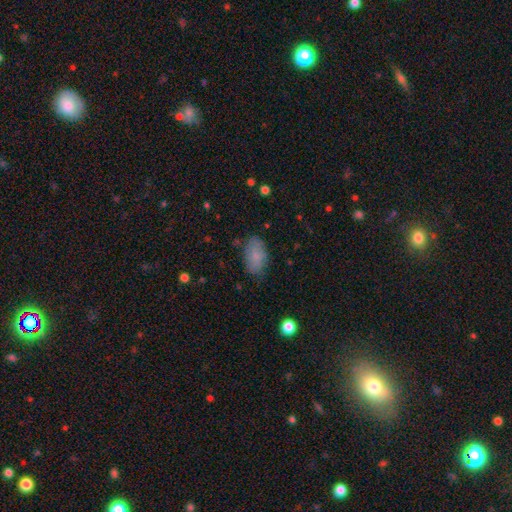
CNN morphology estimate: A smooth galaxy with no disk features (78%) that is in between round and cigar-shaped (92%).

Vote fractions:
- Smooth or featured? smooth: 78% / featured or disk: 14% / star or artifact: 8%
- How rounded? in between: 92% / round: 6% / cigar-shaped: 2%
- Merging? none: 76% / minor disturbance: 18% / major disturbance: 5% / merger: 2%